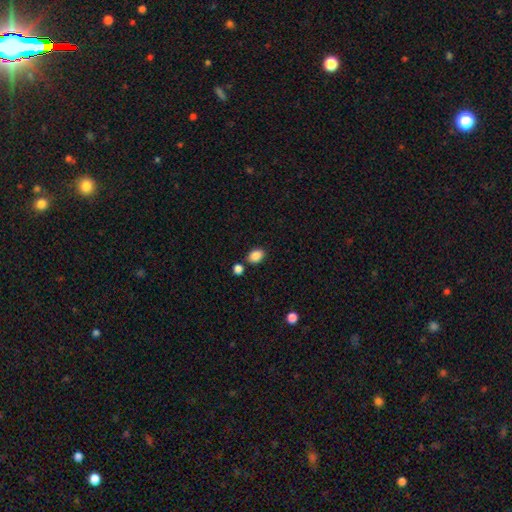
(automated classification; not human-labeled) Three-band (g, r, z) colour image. It shows a smooth galaxy with no disk features (88%) that is in between round and cigar-shaped (74%). Merging: none (77%).